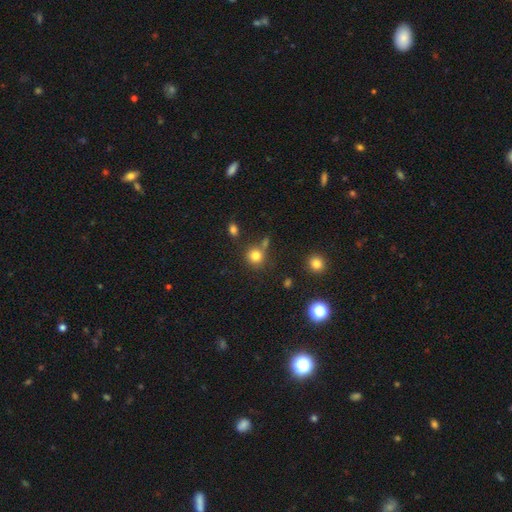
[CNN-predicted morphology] smooth 79%, star or artifact 14%, featured or disk 7%. Down the decision tree: how rounded — round (89%); merging — none (69%).